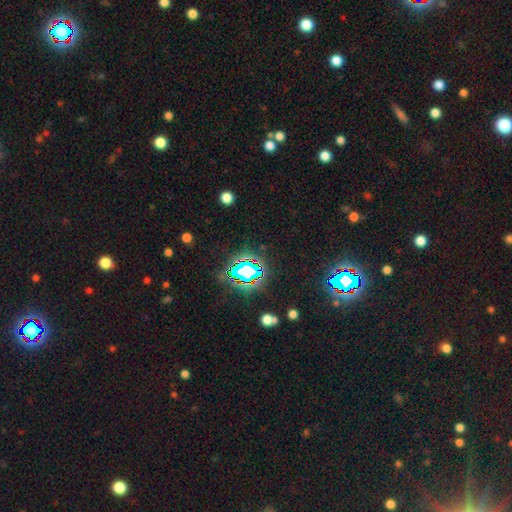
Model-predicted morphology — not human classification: type=star or artifact (82%).